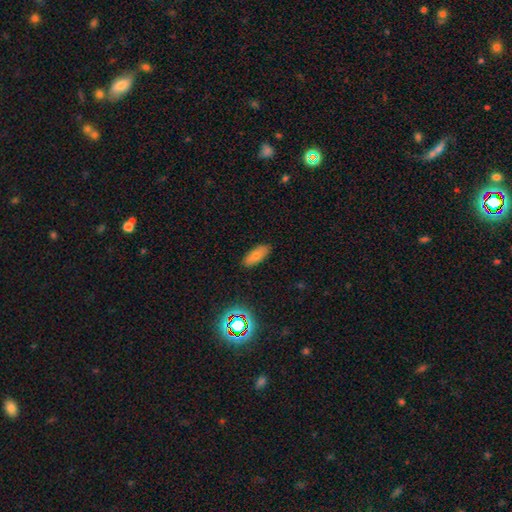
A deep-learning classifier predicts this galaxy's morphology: Smooth or featured? Predicted: smooth (p=0.75). How rounded? Predicted: in between (p=0.80). Merging? Predicted: none (p=0.87).